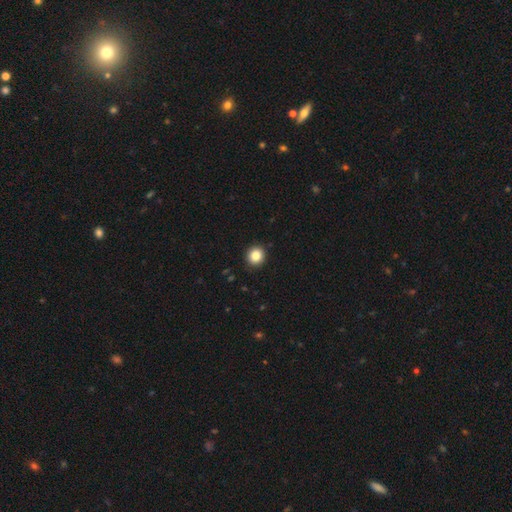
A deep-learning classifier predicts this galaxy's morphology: A smooth galaxy with no disk features (85%) that is round (89%).

Vote fractions:
- Smooth or featured? smooth: 85% / star or artifact: 10% / featured or disk: 5%
- How rounded? round: 89% / in between: 10% / cigar-shaped: 1%
- Merging? none: 92% / minor disturbance: 6% / major disturbance: 2% / merger: 1%